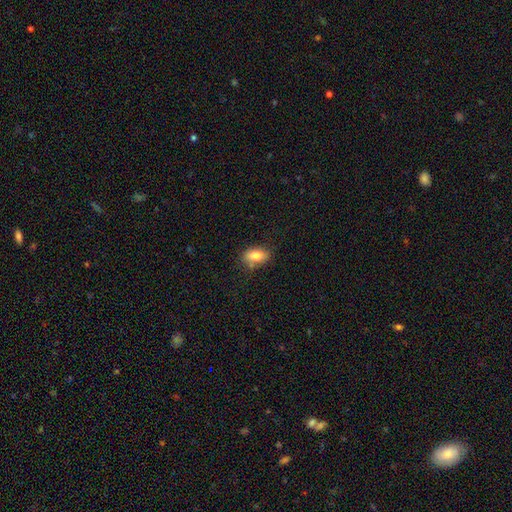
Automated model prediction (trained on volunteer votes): Smooth or featured: smooth — 82% (featured or disk — 10%)
How rounded: in between — 87% (round — 8%)
Merging: none — 69% (minor disturbance — 20%)